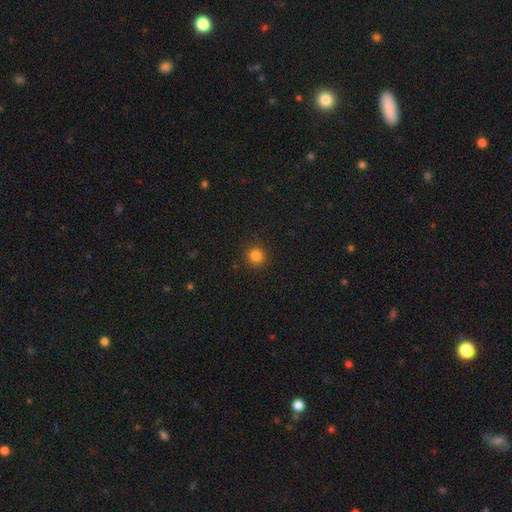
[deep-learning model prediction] This appears to be a smooth galaxy with no disk features (83%) that is round (93%). Merging: none (91%).